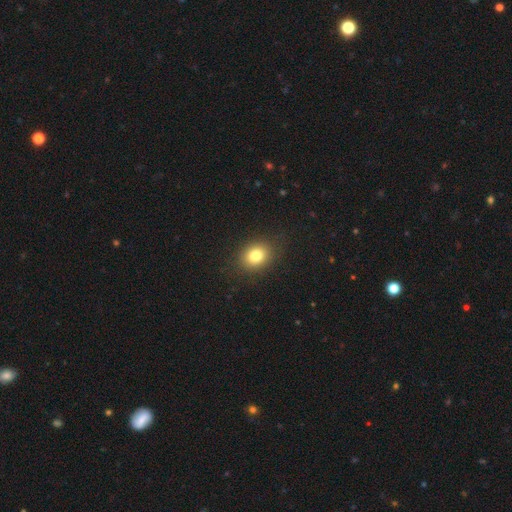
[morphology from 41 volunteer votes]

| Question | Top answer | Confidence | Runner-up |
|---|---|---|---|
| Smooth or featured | smooth | 76% | featured or disk (15%) |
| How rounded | round | 55% | in between (45%) |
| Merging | none | 92% | minor disturbance (5%) |